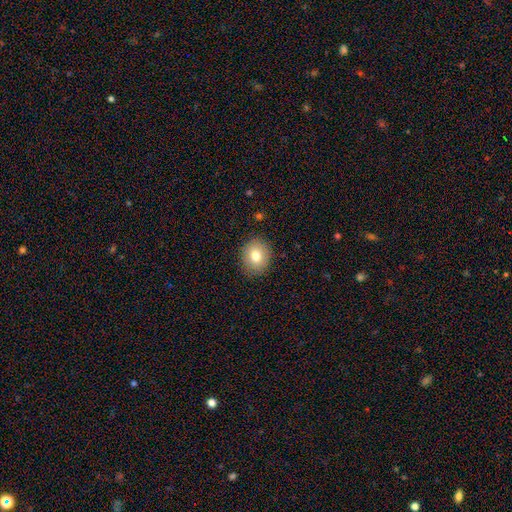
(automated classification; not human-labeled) Overall: smooth (78%). How rounded: round (65%; in between 34%). Merging: none (87%).